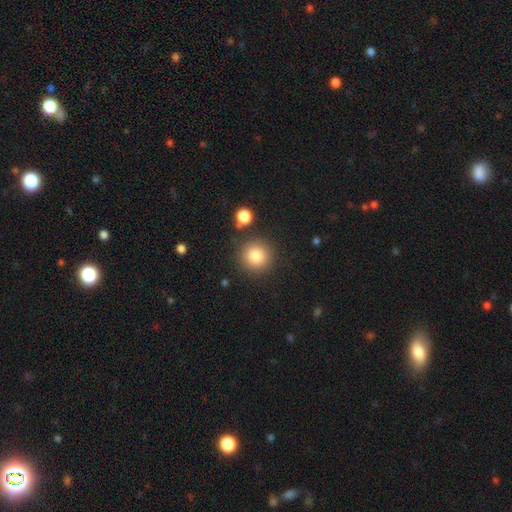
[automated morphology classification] Smooth or featured? smooth (83%)
How rounded? round (94%)
Merging? none (85%)